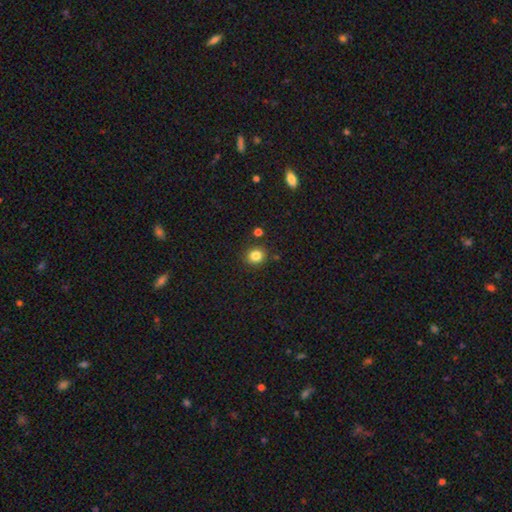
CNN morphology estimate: type=smooth (83%); roundness=round (84%); merging=none (88%).